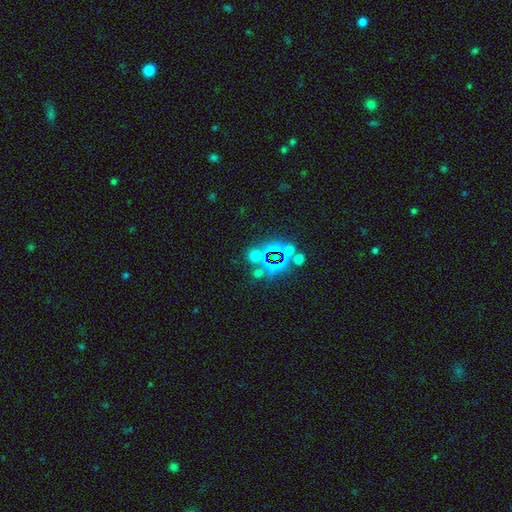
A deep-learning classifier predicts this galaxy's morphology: smooth-or-featured: star or artifact: 48% | smooth: 43% | featured or disk: 9%